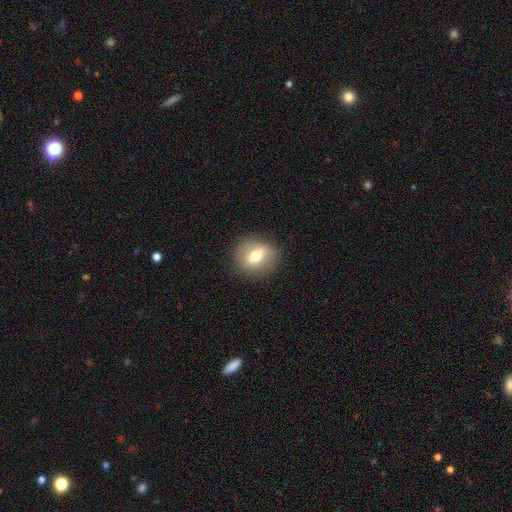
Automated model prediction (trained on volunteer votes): A smooth galaxy with no disk features (54%) that is round (74%). Merging: none (86%).